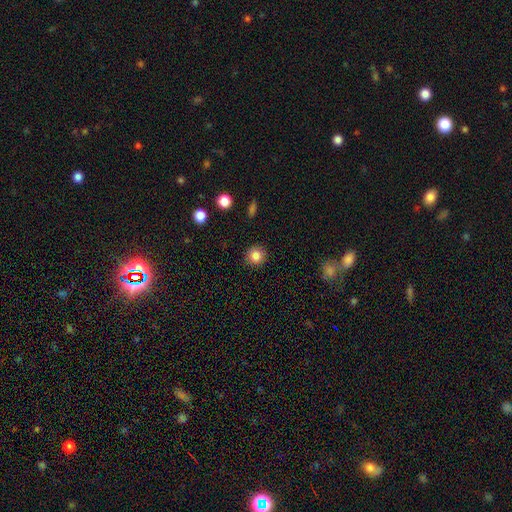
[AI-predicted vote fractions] Smooth or featured? smooth (85%)
How rounded? round (92%)
Merging? none (91%)